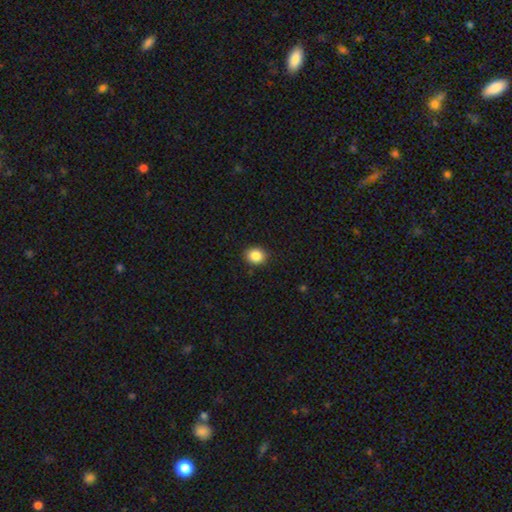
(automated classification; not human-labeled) smooth-or-featured: smooth: 87% | star or artifact: 9% | featured or disk: 4%
  how-rounded: round: 64% | in between: 35% | cigar-shaped: 1%
  merging: none: 90% | minor disturbance: 7% | major disturbance: 2% | merger: 1%